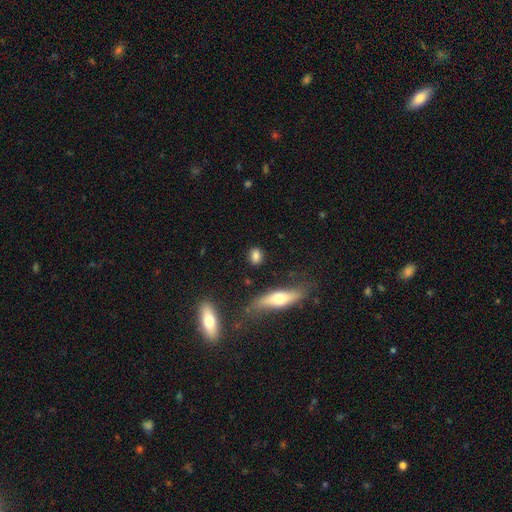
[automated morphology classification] smooth-or-featured: smooth: 79% | featured or disk: 12% | star or artifact: 9%
  how-rounded: in between: 56% | round: 36% | cigar-shaped: 8%
  merging: none: 81% | minor disturbance: 11% | merger: 4% | major disturbance: 4%